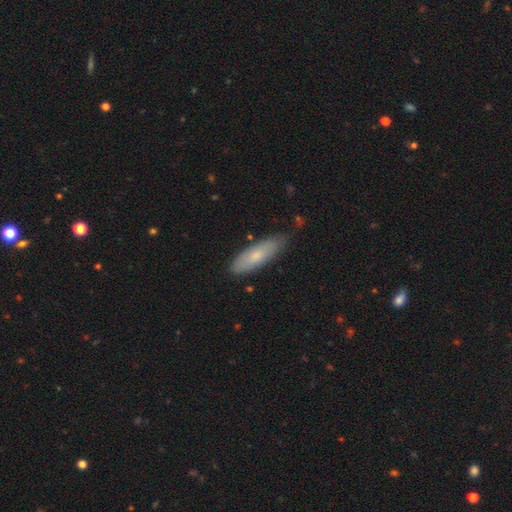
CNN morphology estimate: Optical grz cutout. It shows a smooth galaxy with no disk features (71%) that is in between round and cigar-shaped (50%). Merging: none (75%).